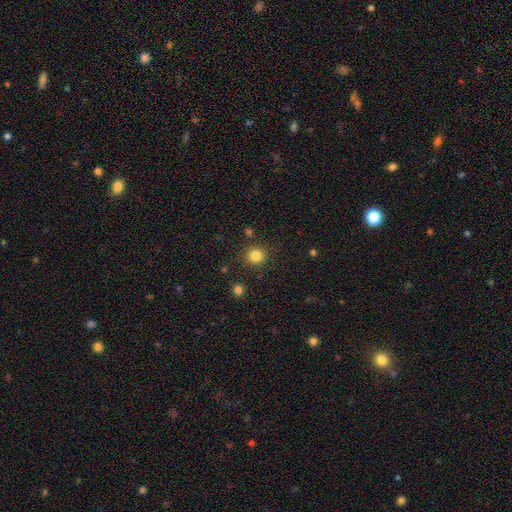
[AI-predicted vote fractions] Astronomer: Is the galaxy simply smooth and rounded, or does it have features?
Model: smooth — 83%.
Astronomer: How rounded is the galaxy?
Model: round — 91%.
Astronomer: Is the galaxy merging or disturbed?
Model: none — 87%.